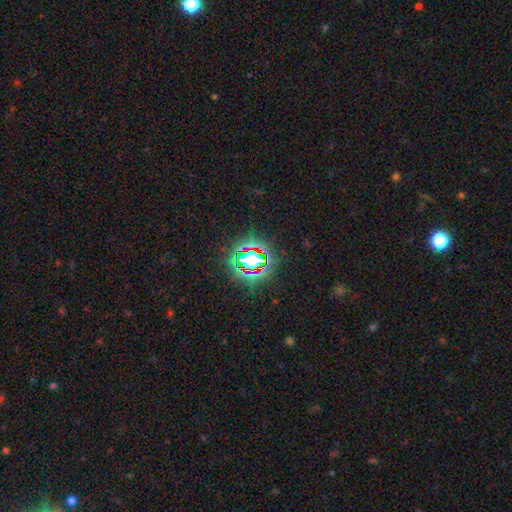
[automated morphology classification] smooth-or-featured: star or artifact: 72% | smooth: 17% | featured or disk: 11%